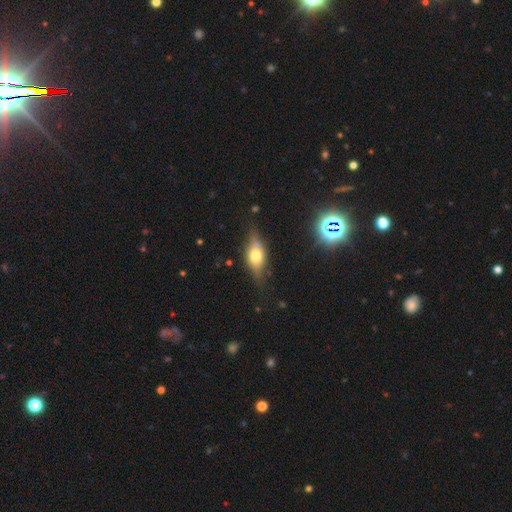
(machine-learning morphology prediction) Smooth or featured? Predicted: featured or disk (p=0.46). Merging? Predicted: none (p=0.72).